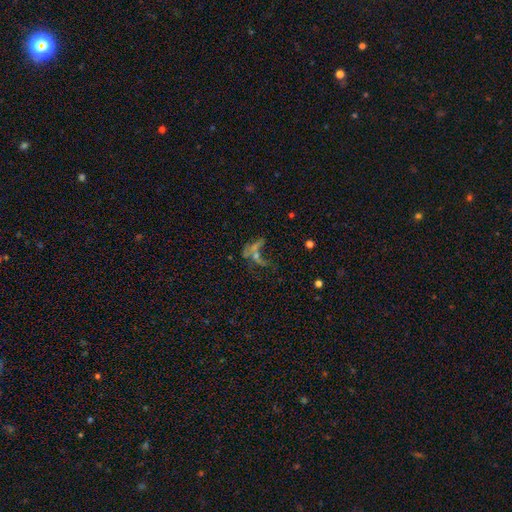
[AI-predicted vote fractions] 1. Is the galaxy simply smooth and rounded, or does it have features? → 40% featured or disk, 36% star or artifact, 23% smooth.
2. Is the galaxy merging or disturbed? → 31% none, 29% major disturbance, 28% merger, 11% minor disturbance.